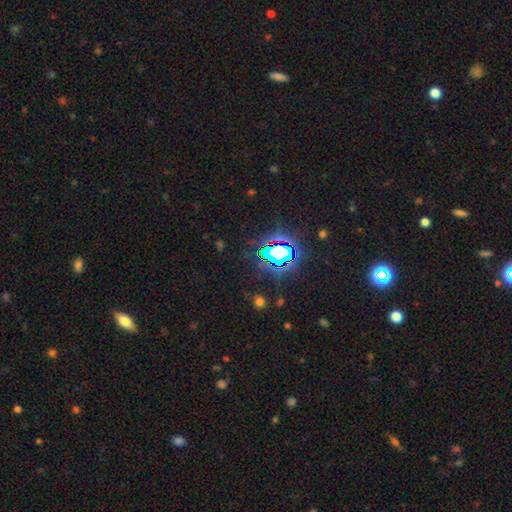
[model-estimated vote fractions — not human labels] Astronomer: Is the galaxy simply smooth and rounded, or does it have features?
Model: star or artifact — 80%.